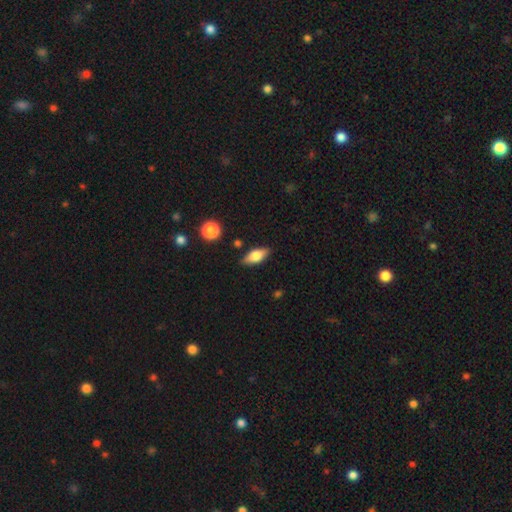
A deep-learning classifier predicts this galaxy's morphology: Smooth or featured: smooth — 61% (featured or disk — 32%)
How rounded: in between — 75% (cigar-shaped — 21%)
Merging: none — 84% (minor disturbance — 11%)